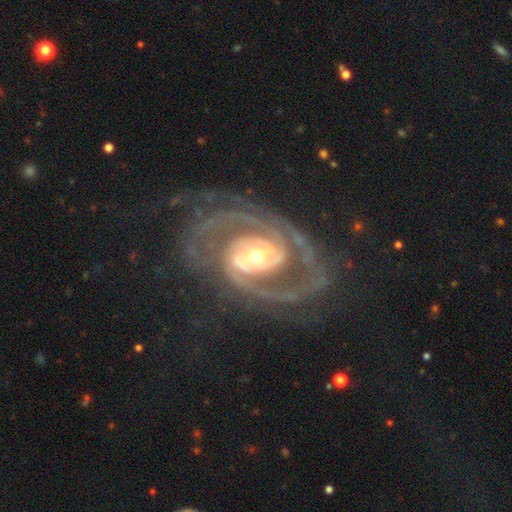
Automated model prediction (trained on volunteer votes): smooth-or-featured: featured or disk: 93% | star or artifact: 4% | smooth: 3%
  disk-edge-on: no: 97% | yes: 3%
    bar: no: 37% | weak: 34% | strong: 29%
    has-spiral-arms: yes: 98% | no: 2%
      spiral-winding: tight: 45% (tied) | medium: 45% (tied) | loose: 10%
      spiral-arm-count: 2: 68% | 3: 13% | can't tell: 7% | 4: 4% | 1: 4% | more than 4: 4%
    bulge-size: moderate: 60% | small: 30% | large: 8% | dominant: 1% | none: 1%
  merging: none: 71% | minor disturbance: 15% | major disturbance: 12% | merger: 2%